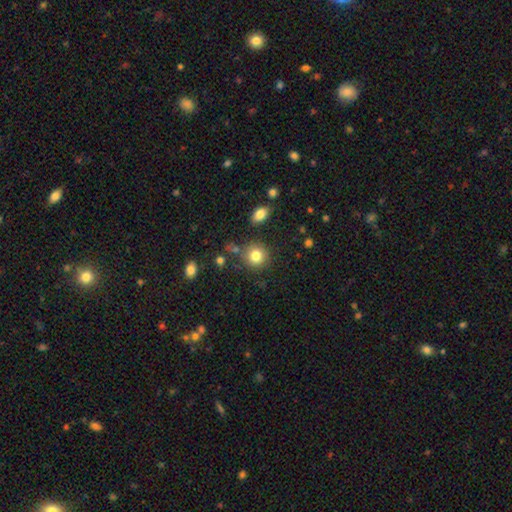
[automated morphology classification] This is clearly a smooth galaxy (82%). How rounded: clearly round (89%). Merging: clearly none (81%).